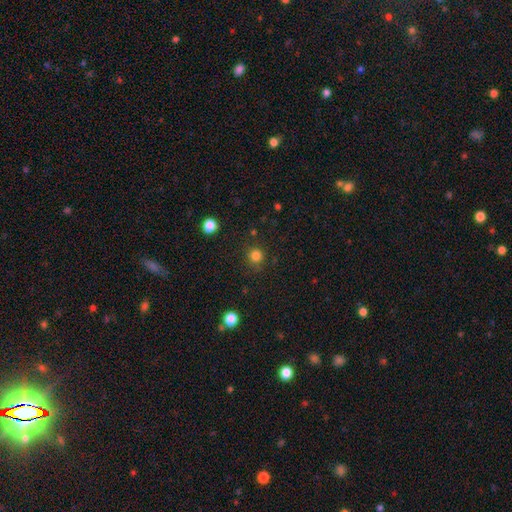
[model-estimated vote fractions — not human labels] Smooth or featured? smooth (82%)
How rounded? round (93%)
Merging? none (86%)